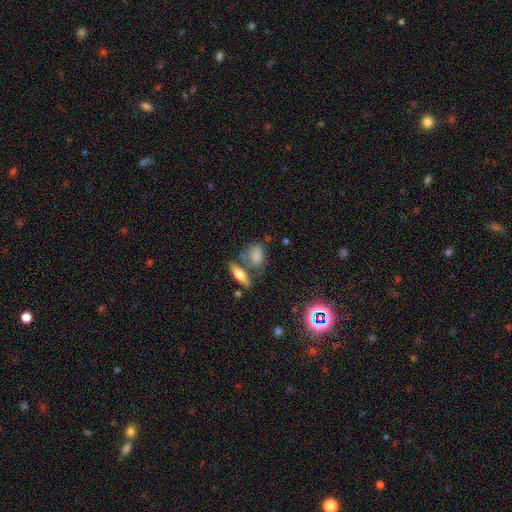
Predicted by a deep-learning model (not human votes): A smooth galaxy with no disk features (73%) that is in between round and cigar-shaped (70%).

Vote fractions:
- Smooth or featured? smooth: 73% / featured or disk: 16% / star or artifact: 10%
- How rounded? in between: 70% / round: 21% / cigar-shaped: 9%
- Merging? none: 55% / merger: 21% / minor disturbance: 18% / major disturbance: 7%